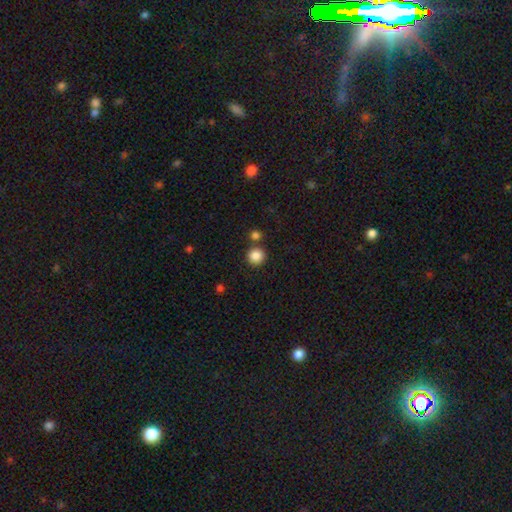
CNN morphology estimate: Overall: smooth (87%). How rounded: round (94%). Merging: none (79%).